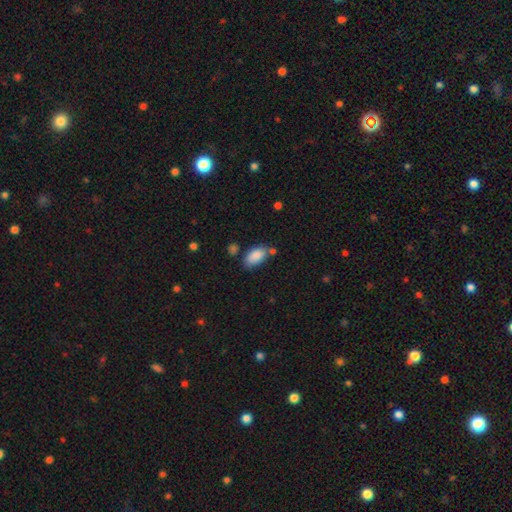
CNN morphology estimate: Smooth or featured?
  - smooth: 87% *
  - star or artifact: 7%
  - featured or disk: 6%
How rounded?
  - in between: 93% *
  - cigar-shaped: 4%
  - round: 3%
Merging?
  - none: 60% *
  - minor disturbance: 22%
  - merger: 13%
  - major disturbance: 5%